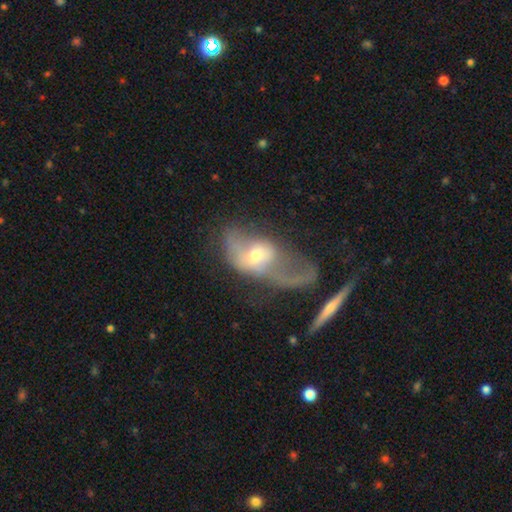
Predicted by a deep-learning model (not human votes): Smooth or featured: featured or disk — 55% (smooth — 36%)
Edge-on disk: no — 90% (yes — 10%)
Bar: no — 63% (weak — 28%)
Spiral arms: no — 53% (yes — 47%)
Bulge size: moderate — 56% (small — 33%)
Merging: major disturbance — 60% (none — 15%)